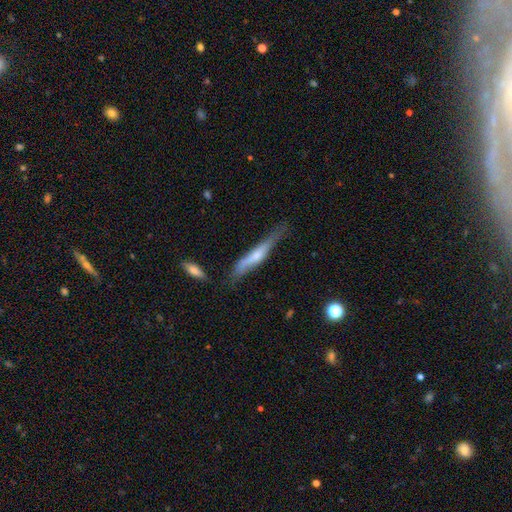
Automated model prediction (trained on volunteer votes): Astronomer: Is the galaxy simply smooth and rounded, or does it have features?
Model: featured or disk — 52% (runner-up: smooth, 41%).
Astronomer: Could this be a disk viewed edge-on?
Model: yes — 89%.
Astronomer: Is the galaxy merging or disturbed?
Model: none — 58%.